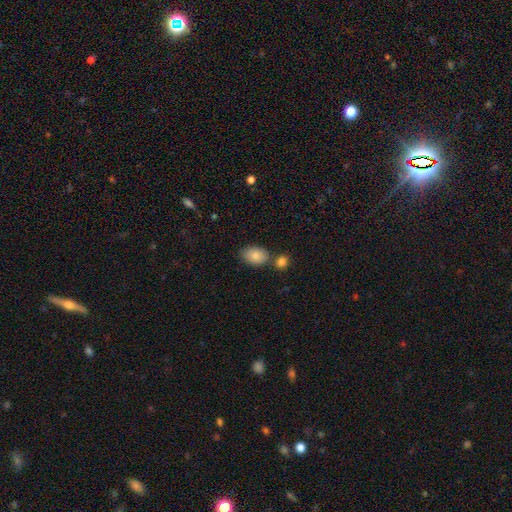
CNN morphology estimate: smooth_or_featured: smooth (p=0.85) [alt: featured or disk p=0.08]
how_rounded: in between (p=0.85) [alt: round p=0.14]
merging: none (p=0.67) [alt: merger p=0.17]